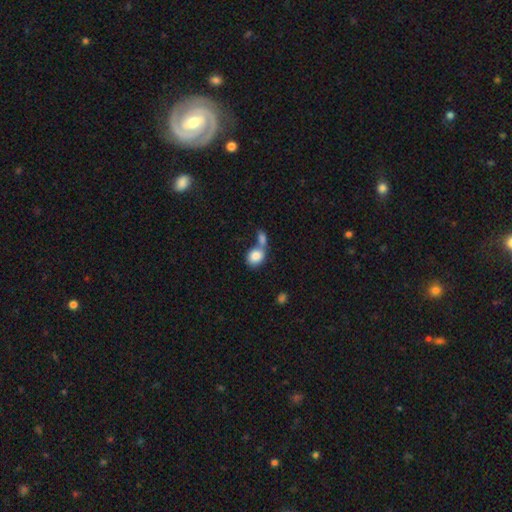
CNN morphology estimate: The model was most divided on "how rounded": in between: 50%, round: 48%, cigar-shaped: 1%. More confident: smooth or featured — smooth (83%); merging — merger (58%).